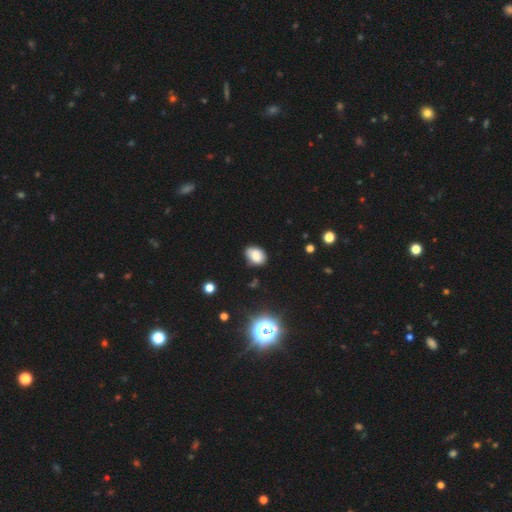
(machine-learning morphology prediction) smooth 79%, star or artifact 11%, featured or disk 10%. Down the decision tree: how rounded — in between (76%); merging — none (69%).